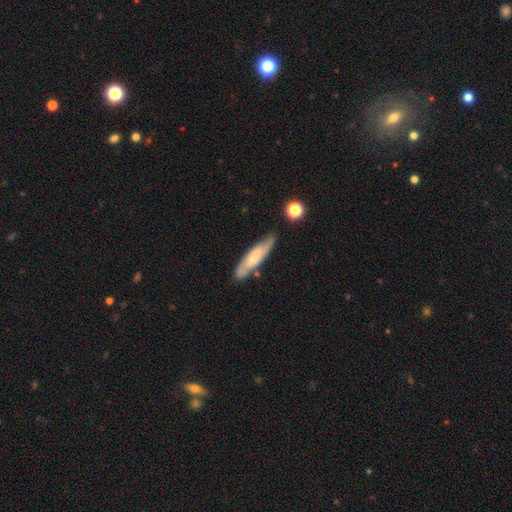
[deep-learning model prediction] smooth-or-featured: smooth: 51% | featured or disk: 43% | star or artifact: 6%
  how-rounded: cigar-shaped: 79% | in between: 20% | round: 2%
  merging: none: 72% | minor disturbance: 19% | merger: 6% | major disturbance: 4%